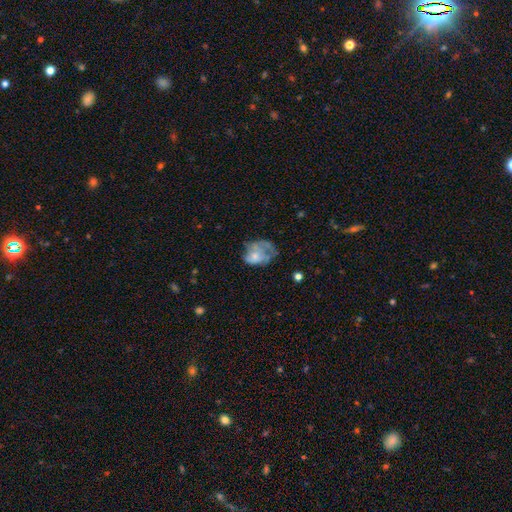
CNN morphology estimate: Smooth or featured?
  - featured or disk: 47% *
  - smooth: 44%
  - star or artifact: 9%
Merging?
  - major disturbance: 40% *
  - none: 29%
  - minor disturbance: 27%
  - merger: 4%